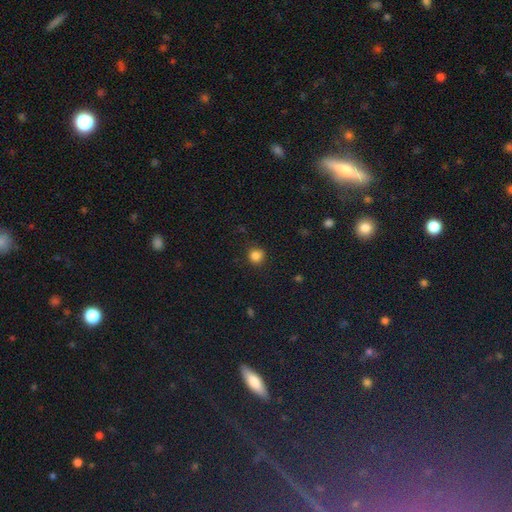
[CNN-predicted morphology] Overall: smooth (84%). How rounded: round (91%). Merging: none (86%).